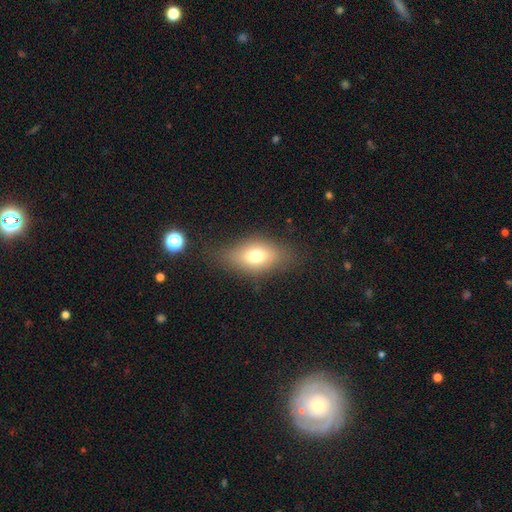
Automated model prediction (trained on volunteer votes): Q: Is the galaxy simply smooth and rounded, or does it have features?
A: smooth — 70%.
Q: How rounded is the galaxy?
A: in between — 78%.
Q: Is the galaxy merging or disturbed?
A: none — 72%.